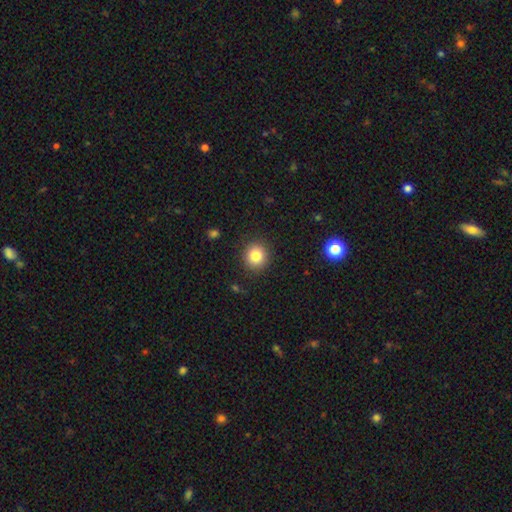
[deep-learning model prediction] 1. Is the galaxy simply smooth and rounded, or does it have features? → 83% smooth, 11% star or artifact, 7% featured or disk.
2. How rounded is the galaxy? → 89% round, 10% in between, 1% cigar-shaped.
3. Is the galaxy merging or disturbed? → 90% none, 7% minor disturbance, 2% major disturbance, 1% merger.